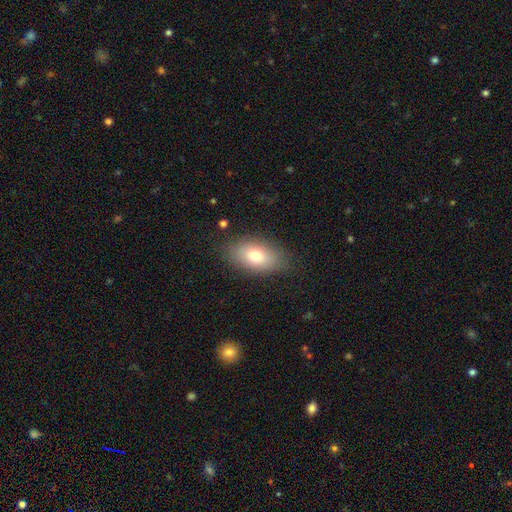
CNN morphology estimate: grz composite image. It shows a smooth galaxy with no disk features (74%) that is in between round and cigar-shaped (88%). Merging: none (84%).